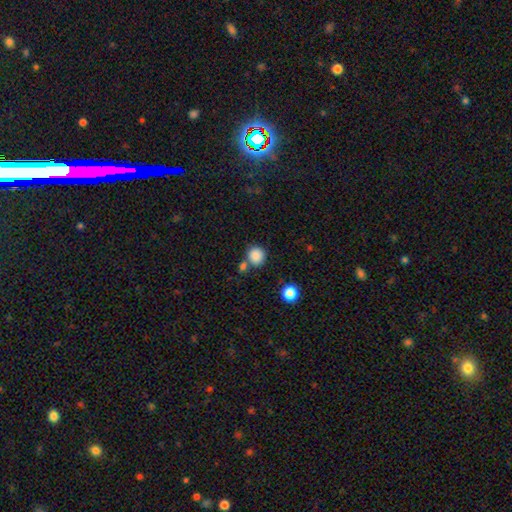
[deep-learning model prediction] smooth-or-featured: smooth: 86% | star or artifact: 10% | featured or disk: 4%
  how-rounded: round: 90% | in between: 10% | cigar-shaped: 1%
  merging: none: 71% | merger: 16% | minor disturbance: 10% | major disturbance: 3%